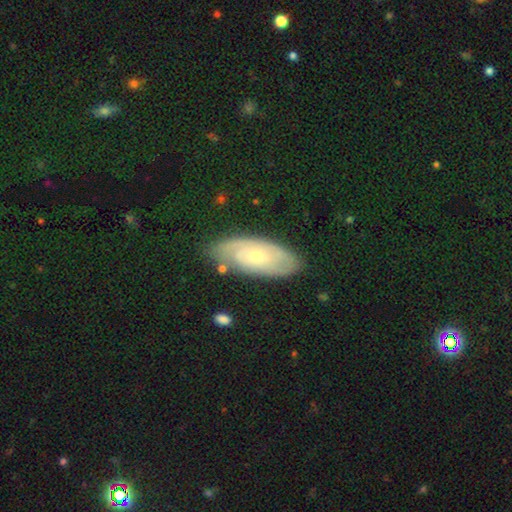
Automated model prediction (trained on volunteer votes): This is likely a featured or disk galaxy (64%). It is clearly not viewed edge-on (89%). Bar: likely no (77%). Spiral arm pattern: clearly yes (82%). Central bulge: likely small (61%). Merging: likely none (77%).